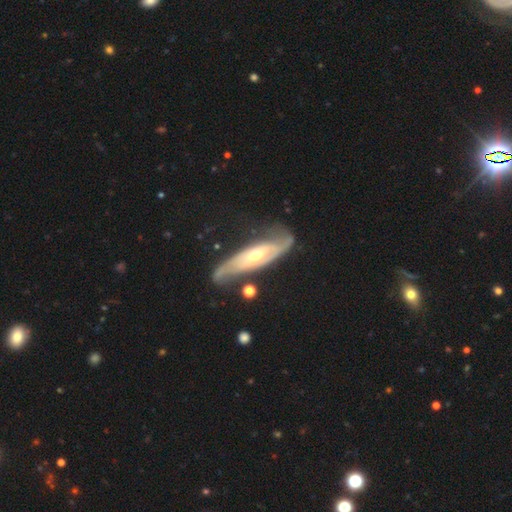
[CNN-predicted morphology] Smooth or featured? Predicted: featured or disk (p=0.80). Edge-on disk? Predicted: no (p=0.78). Bar? Predicted: no (p=0.59). Spiral arms? Predicted: yes (p=0.88). Spiral winding? Predicted: medium (p=0.38). Spiral arm count? Predicted: 2 (p=0.71). Bulge size? Predicted: moderate (p=0.60). Merging? Predicted: none (p=0.62).